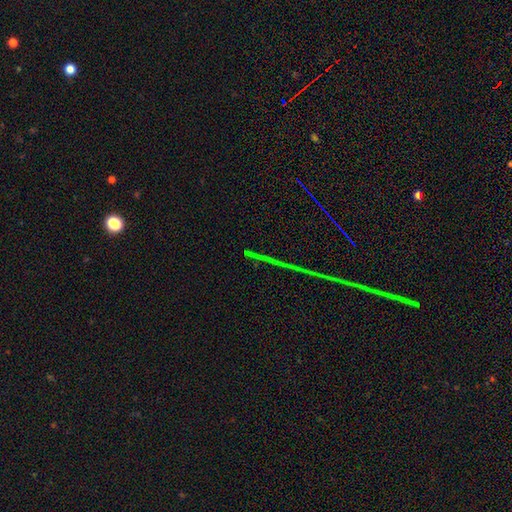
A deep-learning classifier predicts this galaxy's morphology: star or artifact 82%, featured or disk 10%, smooth 8%.